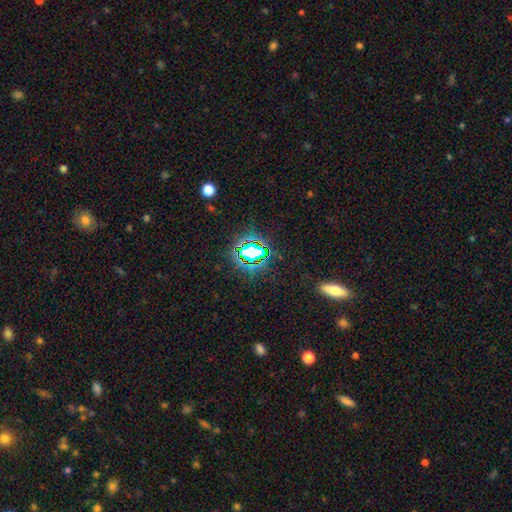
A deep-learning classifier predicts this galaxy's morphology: smooth-or-featured: star or artifact: 69% | smooth: 21% | featured or disk: 10%